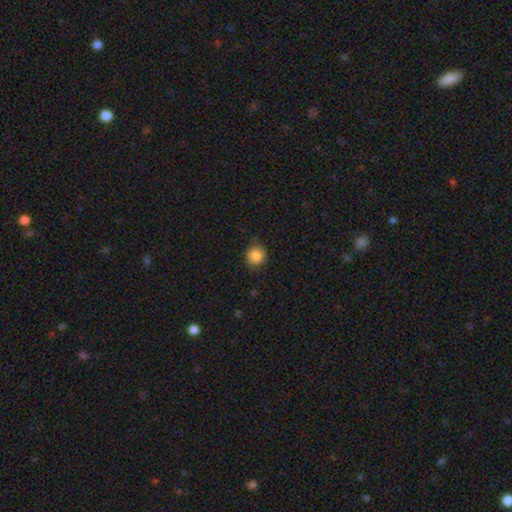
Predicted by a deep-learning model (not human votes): smooth_or_featured: smooth (p=0.85) [alt: star or artifact p=0.10]
how_rounded: round (p=0.88) [alt: in between p=0.11]
merging: none (p=0.82) [alt: minor disturbance p=0.15]